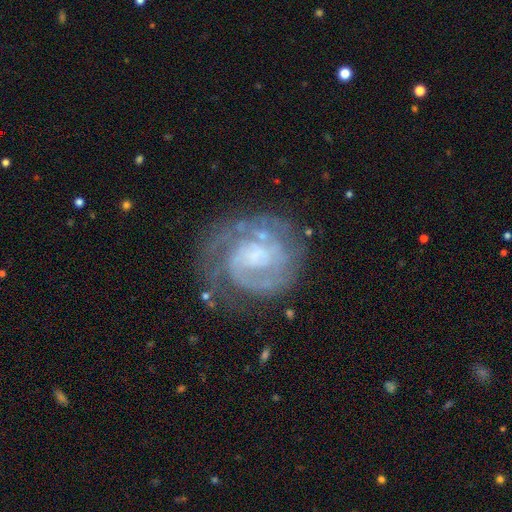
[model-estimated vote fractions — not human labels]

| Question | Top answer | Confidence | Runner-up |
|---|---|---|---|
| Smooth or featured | featured or disk | 85% | smooth (9%) |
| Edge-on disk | no | 98% | yes (2%) |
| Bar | no | 56% | weak (35%) |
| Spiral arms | yes | 94% | no (6%) |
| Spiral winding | tight | 61% | medium (31%) |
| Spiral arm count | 2 | 41% | can't tell (20%) |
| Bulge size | small | 36% | none (31%) |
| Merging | none | 69% | minor disturbance (17%) |